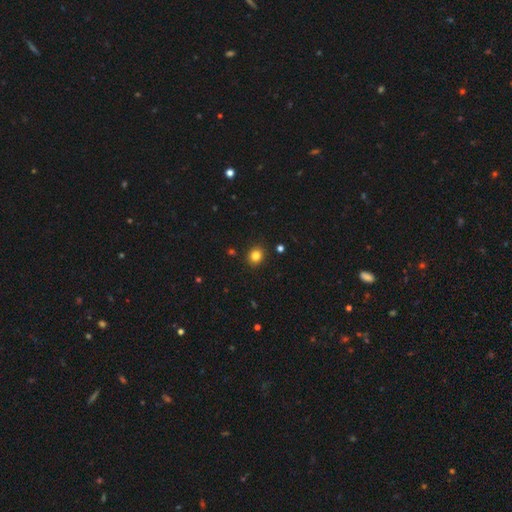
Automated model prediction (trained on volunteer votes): A smooth galaxy with no disk features (83%) that is round (71%). Merging: none (89%).